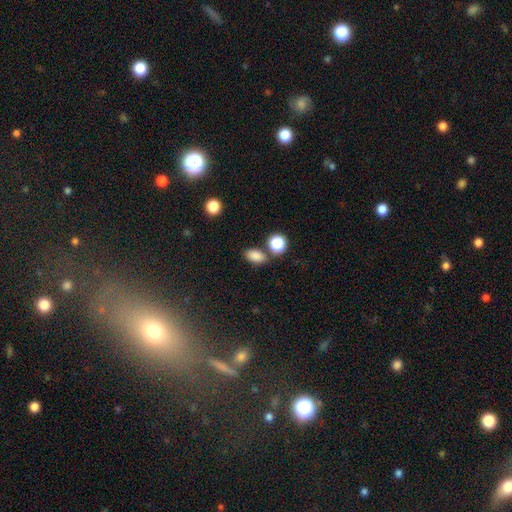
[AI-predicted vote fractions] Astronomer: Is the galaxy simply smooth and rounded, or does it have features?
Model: smooth — 84%.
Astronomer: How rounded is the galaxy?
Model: in between — 84%.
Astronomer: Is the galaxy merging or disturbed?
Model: none — 73%.